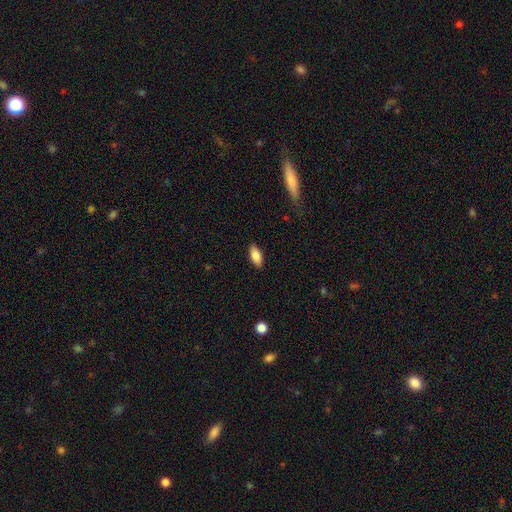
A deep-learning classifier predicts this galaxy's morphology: Q: Smooth or featured?
A: smooth (84%); runner-up: featured or disk (9%)
Q: How rounded?
A: in between (88%); runner-up: cigar-shaped (10%)
Q: Merging?
A: none (88%); runner-up: minor disturbance (9%)